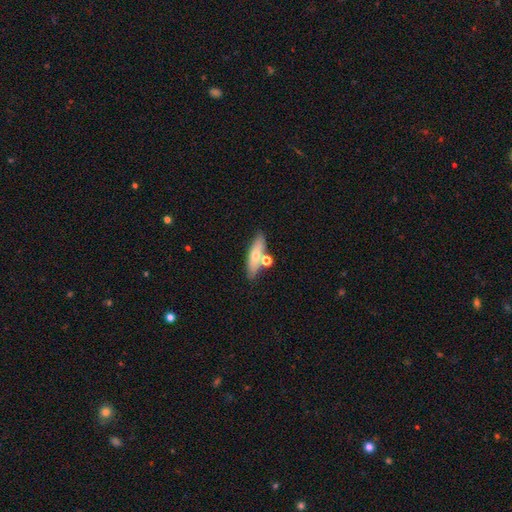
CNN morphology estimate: Overall: smooth (61%; featured or disk 32%). How rounded: cigar-shaped (52%; in between 42%). Merging: none (66%).